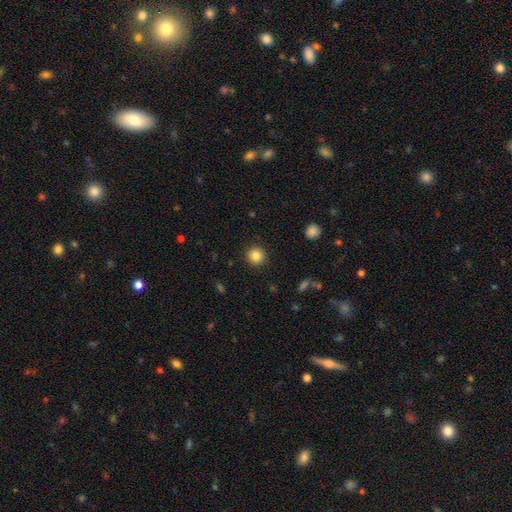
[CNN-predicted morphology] smooth_or_featured: smooth (p=0.85) [alt: star or artifact p=0.10]
how_rounded: round (p=0.94) [alt: in between p=0.05]
merging: none (p=0.92) [alt: minor disturbance p=0.05]